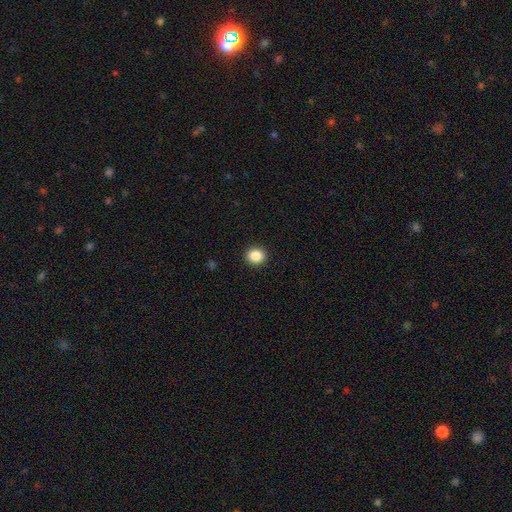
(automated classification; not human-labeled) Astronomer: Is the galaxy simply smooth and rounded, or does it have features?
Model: smooth — 87%.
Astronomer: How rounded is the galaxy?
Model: round — 80%.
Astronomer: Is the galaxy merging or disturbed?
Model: none — 92%.